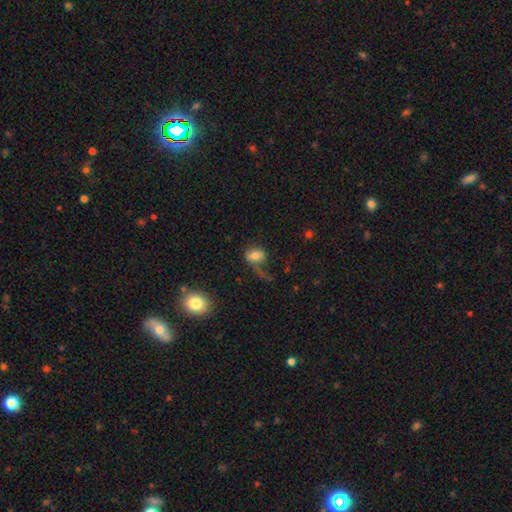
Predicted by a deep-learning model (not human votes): smooth-or-featured: smooth: 65% | featured or disk: 25% | star or artifact: 10%
  how-rounded: in between: 65% | round: 33% | cigar-shaped: 2%
  merging: major disturbance: 46% | none: 29% | minor disturbance: 18% | merger: 7%